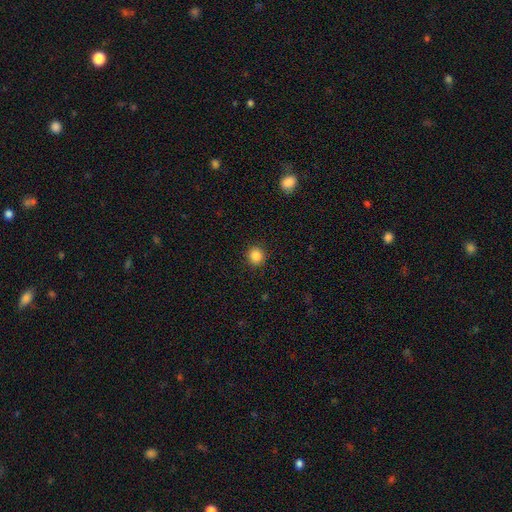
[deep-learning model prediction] Q: Smooth or featured?
A: smooth (85%); runner-up: star or artifact (11%)
Q: How rounded?
A: round (92%); runner-up: in between (7%)
Q: Merging?
A: none (91%); runner-up: minor disturbance (6%)